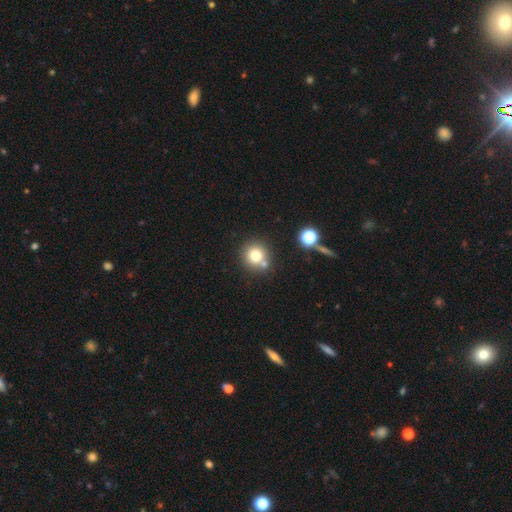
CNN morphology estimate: Q: Smooth or featured?
A: smooth (76%); runner-up: star or artifact (13%)
Q: How rounded?
A: round (90%); runner-up: in between (9%)
Q: Merging?
A: none (68%); runner-up: merger (19%)